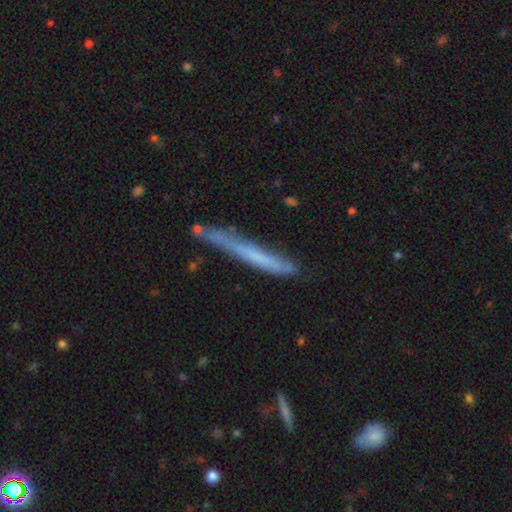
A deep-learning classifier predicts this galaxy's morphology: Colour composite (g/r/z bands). It shows a smooth galaxy with no disk features (51%) that is cigar-shaped (96%). Merging: none (70%).